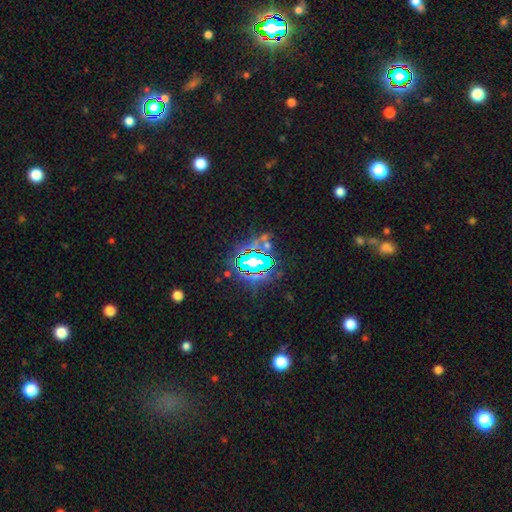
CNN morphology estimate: Smooth or featured?
  - star or artifact: 67% *
  - smooth: 19%
  - featured or disk: 15%